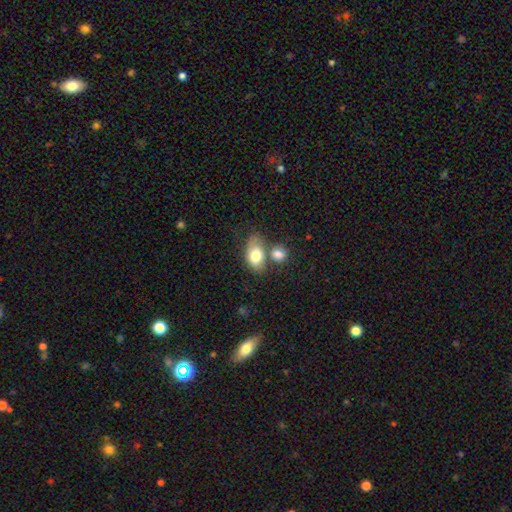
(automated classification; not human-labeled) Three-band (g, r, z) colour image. It shows a smooth galaxy with no disk features (76%) that is in between round and cigar-shaped (84%). Merging: none (40%).